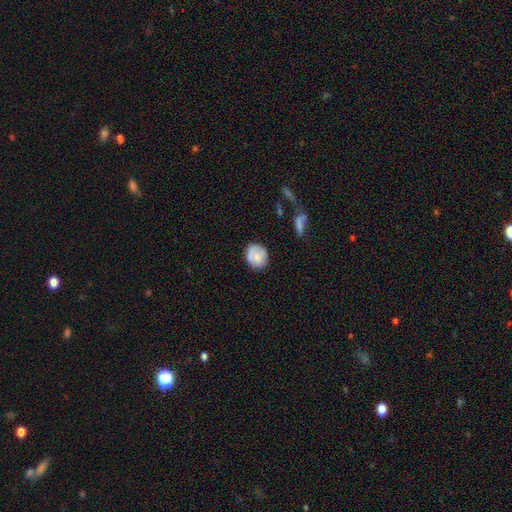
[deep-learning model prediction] The model was most divided on "how rounded": round: 69%, in between: 29%, cigar-shaped: 1%. More confident: merging — none (75%); smooth or featured — smooth (69%).